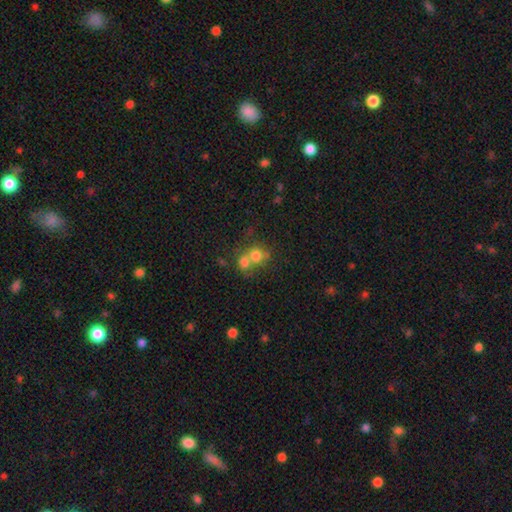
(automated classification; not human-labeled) This is likely a smooth galaxy (69%). How rounded: likely round (74%). Merging: likely merger (60%).